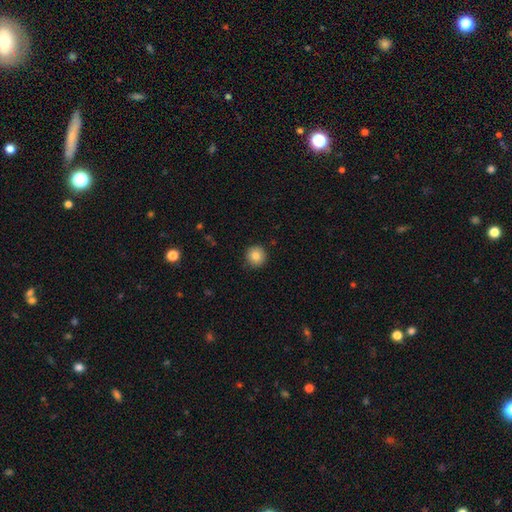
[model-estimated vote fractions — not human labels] Smooth or featured? Predicted: smooth (p=0.84). How rounded? Predicted: round (p=0.94). Merging? Predicted: none (p=0.90).